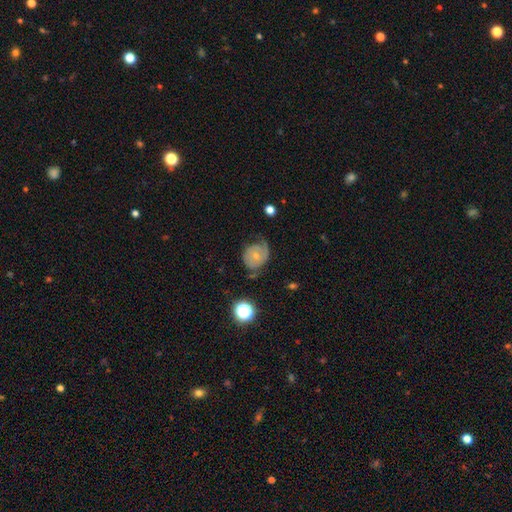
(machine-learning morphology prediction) This appears to be a featured or disk galaxy (63%) with no bar (78%), 2 (39%) tight (51%) spiral arms (82%) and a small central bulge (57%). Merging: none (49%).